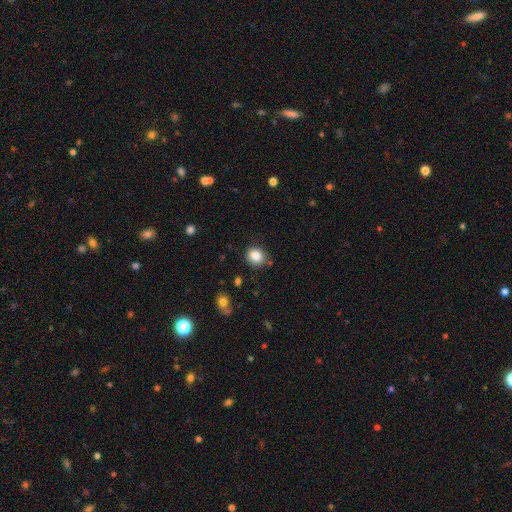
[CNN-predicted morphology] smooth 84%, star or artifact 10%, featured or disk 6%. Down the decision tree: how rounded — round (80%); merging — none (85%).